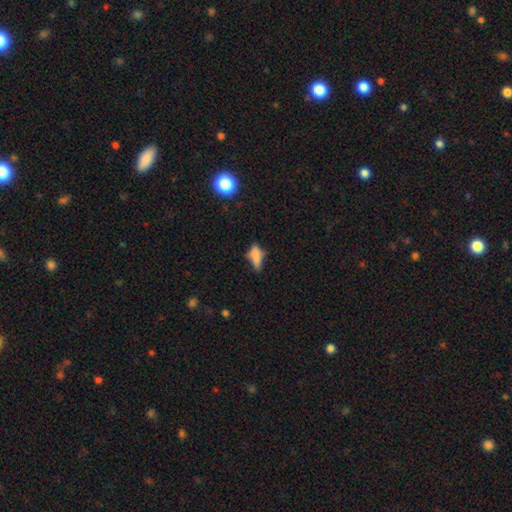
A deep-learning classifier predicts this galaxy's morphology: A smooth galaxy with no disk features (69%) that is in between round and cigar-shaped (66%).

Vote fractions:
- Smooth or featured? smooth: 69% / featured or disk: 19% / star or artifact: 12%
- How rounded? in between: 66% / cigar-shaped: 29% / round: 5%
- Merging? none: 44% / minor disturbance: 33% / major disturbance: 17% / merger: 6%